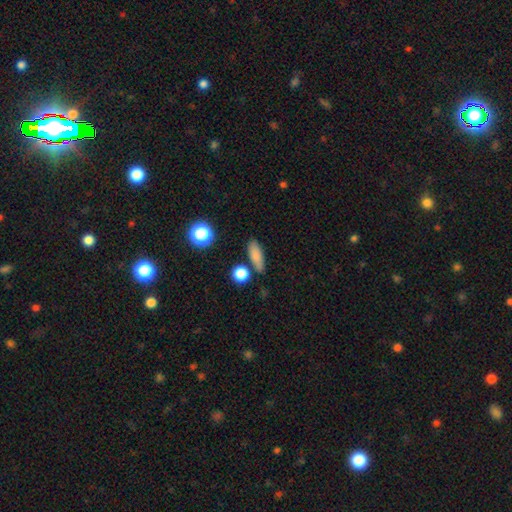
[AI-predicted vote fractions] Q: Smooth or featured?
A: smooth (82%); runner-up: star or artifact (10%)
Q: How rounded?
A: in between (51%); runner-up: cigar-shaped (37%)
Q: Merging?
A: none (77%); runner-up: minor disturbance (12%)